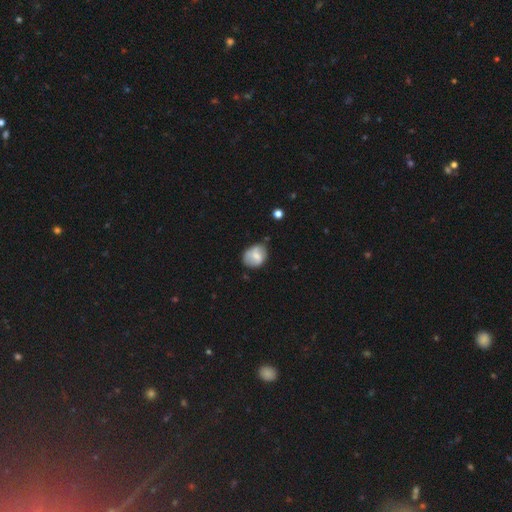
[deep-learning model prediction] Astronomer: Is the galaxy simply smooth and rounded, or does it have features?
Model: smooth — 65%.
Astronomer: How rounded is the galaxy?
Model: round — 52% (runner-up: in between, 47%).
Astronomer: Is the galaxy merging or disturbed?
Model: none — 57% (runner-up: minor disturbance, 32%).